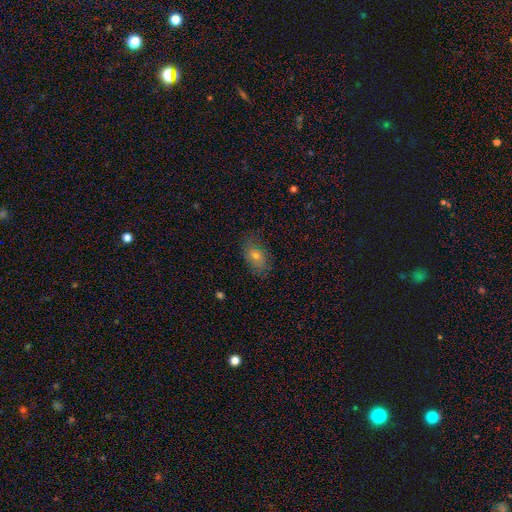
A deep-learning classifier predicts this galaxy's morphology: A smooth galaxy with no disk features (59%) that is in between round and cigar-shaped (83%). Merging: none (76%).